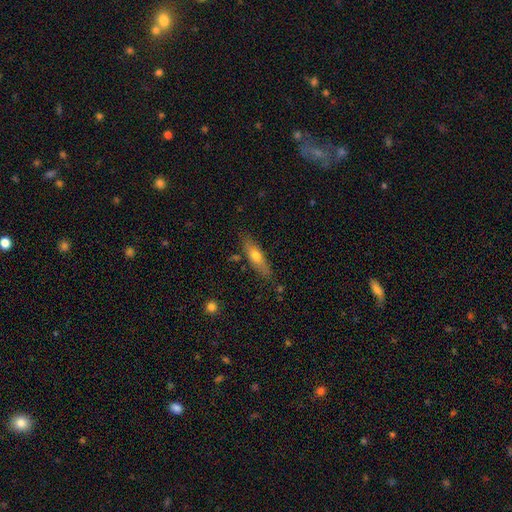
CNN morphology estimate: A smooth galaxy with no disk features (60%) that is cigar-shaped (57%). Merging: none (79%).